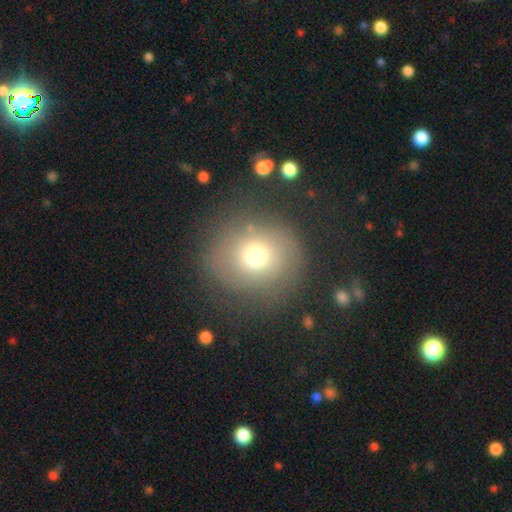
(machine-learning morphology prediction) Overall: smooth (66%). How rounded: round (86%). Merging: none (76%).